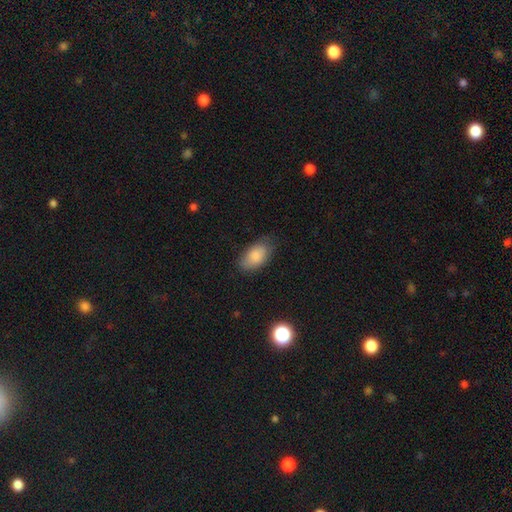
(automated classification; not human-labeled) Smooth or featured? smooth (85%)
How rounded? in between (93%)
Merging? none (75%)